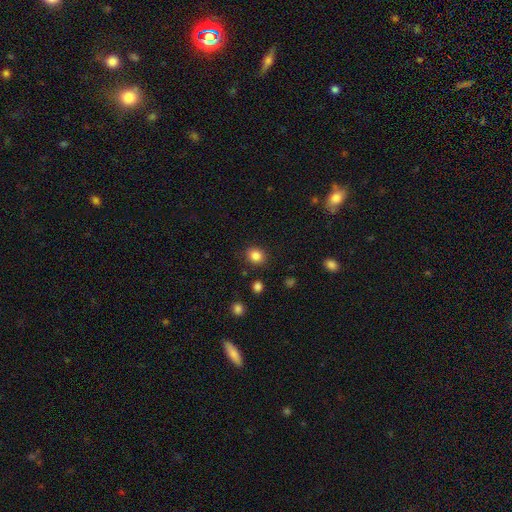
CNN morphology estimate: Smooth or featured? smooth (85%)
How rounded? round (68%)
Merging? none (87%)